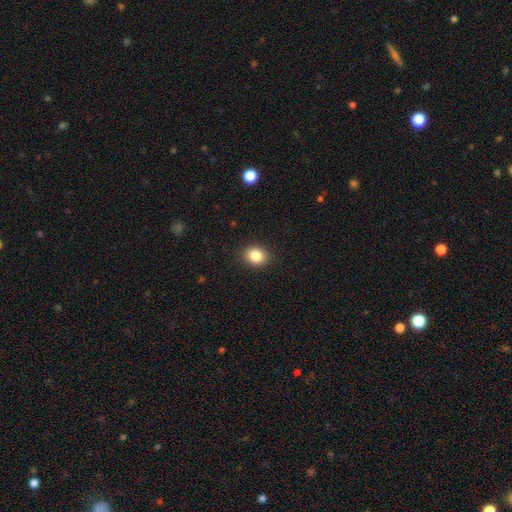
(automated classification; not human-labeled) smooth 84%, star or artifact 10%, featured or disk 6%. Down the decision tree: how rounded — round (57%); merging — none (90%).